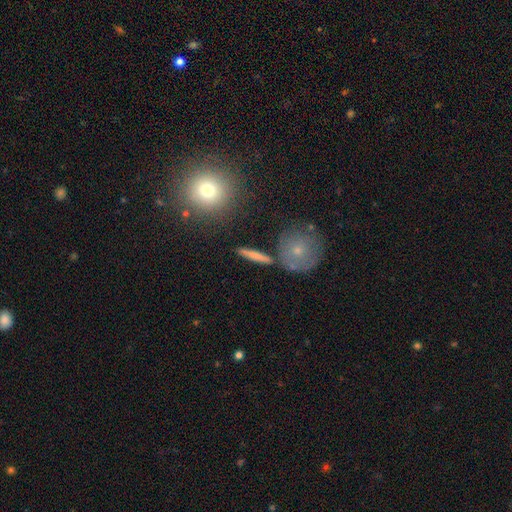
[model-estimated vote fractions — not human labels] This appears to be a smooth galaxy with no disk features (67%) that is cigar-shaped (80%). Merging: none (83%).